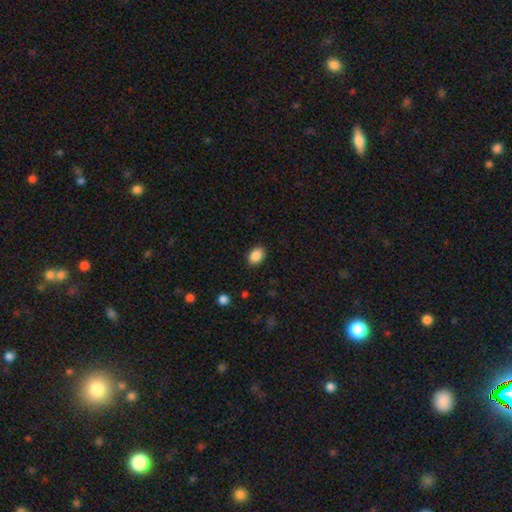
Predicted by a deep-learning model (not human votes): A smooth galaxy with no disk features (88%) that is in between round and cigar-shaped (80%). Merging: none (87%).